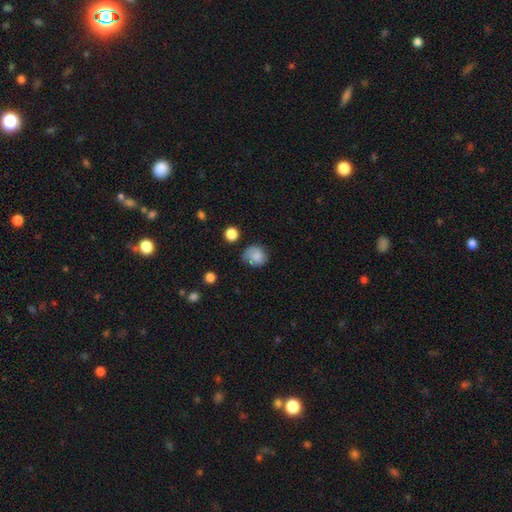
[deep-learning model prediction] smooth-or-featured: smooth: 78% | featured or disk: 13% | star or artifact: 9%
  how-rounded: round: 76% | in between: 23% | cigar-shaped: 1%
  merging: none: 61% | minor disturbance: 28% | major disturbance: 9% | merger: 3%